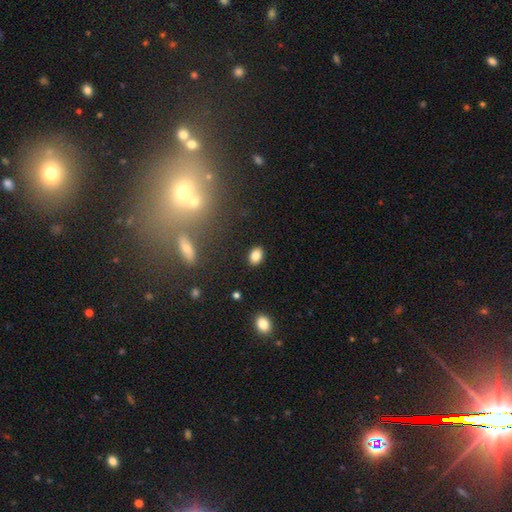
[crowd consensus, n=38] smooth_or_featured: smooth (p=0.92) [alt: star or artifact p=0.05]
how_rounded: in between (p=0.74) [alt: round p=0.23]
merging: none (p=0.75) [alt: minor disturbance p=0.17]